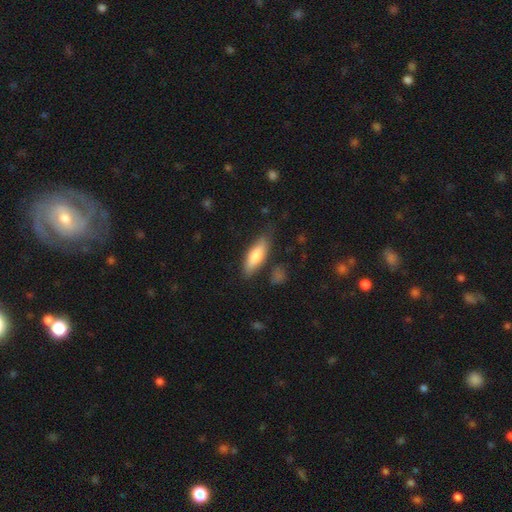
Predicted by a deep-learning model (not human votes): Overall: smooth (76%). How rounded: in between (60%; cigar-shaped 38%). Merging: none (74%).